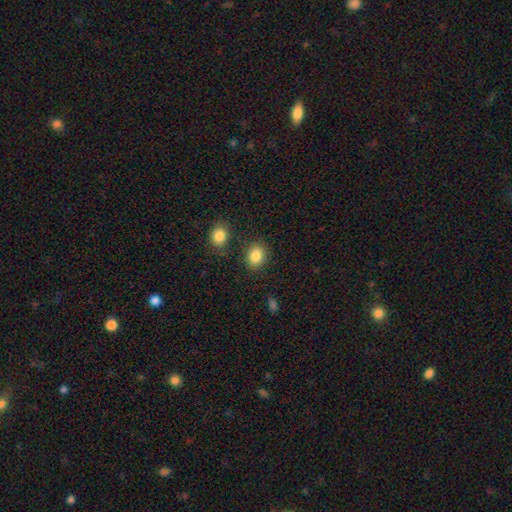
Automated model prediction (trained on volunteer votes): Q: Smooth or featured?
A: smooth (86%); runner-up: star or artifact (9%)
Q: How rounded?
A: in between (56%); runner-up: round (43%)
Q: Merging?
A: none (82%); runner-up: minor disturbance (10%)